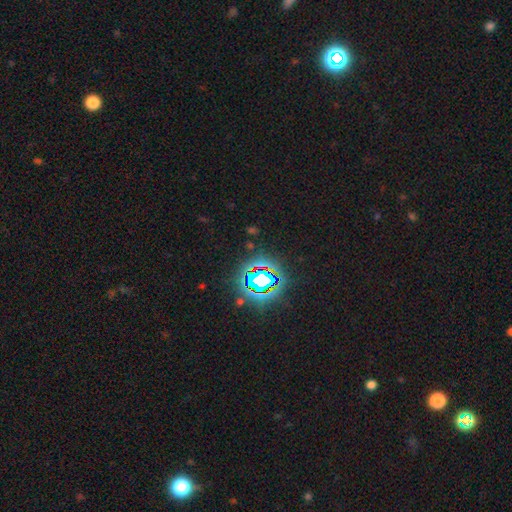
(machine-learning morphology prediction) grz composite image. It shows a star or artifact, not a galaxy (81%).